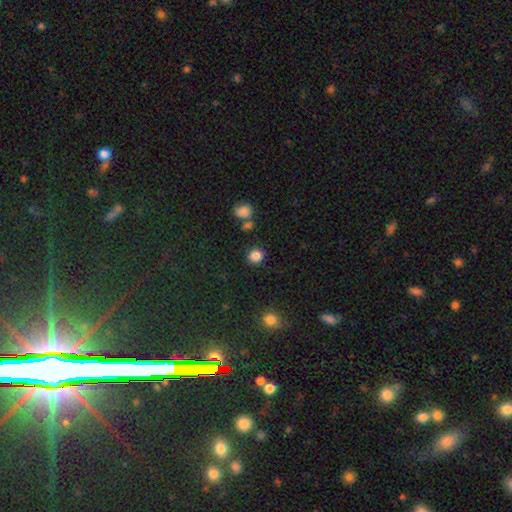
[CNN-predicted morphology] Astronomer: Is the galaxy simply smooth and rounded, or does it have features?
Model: smooth — 84%.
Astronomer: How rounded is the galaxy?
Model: round — 68%.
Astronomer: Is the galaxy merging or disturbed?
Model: none — 81%.